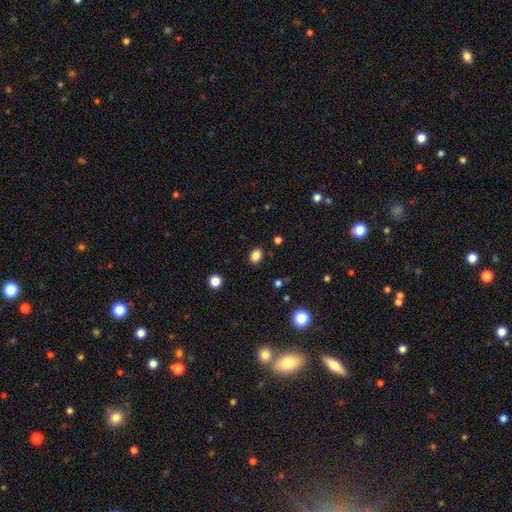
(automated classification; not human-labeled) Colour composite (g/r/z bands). It shows a smooth galaxy with no disk features (85%) that is in between round and cigar-shaped (59%). Merging: none (88%).